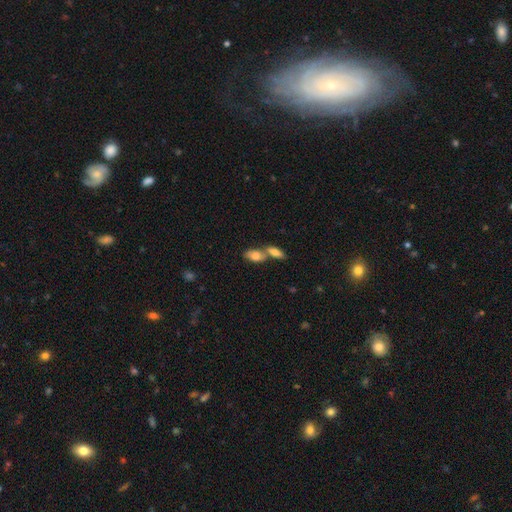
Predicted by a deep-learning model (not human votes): This appears to be a smooth galaxy with no disk features (76%) that is in between round and cigar-shaped (88%). Merging: merger (55%).